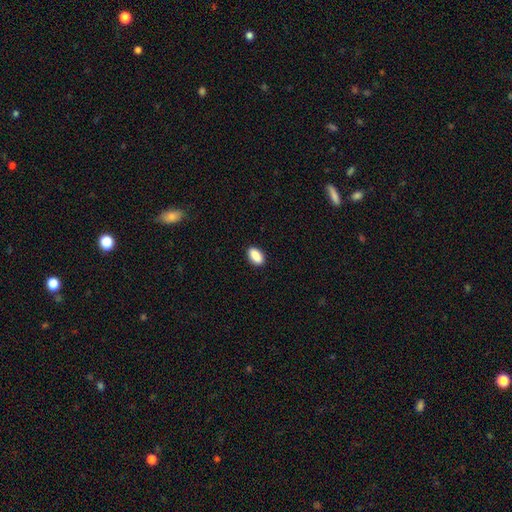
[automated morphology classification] A smooth galaxy with no disk features (90%) that is in between round and cigar-shaped (92%).

Vote fractions:
- Smooth or featured? smooth: 90% / star or artifact: 7% / featured or disk: 3%
- How rounded? in between: 92% / round: 5% / cigar-shaped: 3%
- Merging? none: 89% / minor disturbance: 8% / major disturbance: 2% / merger: 1%